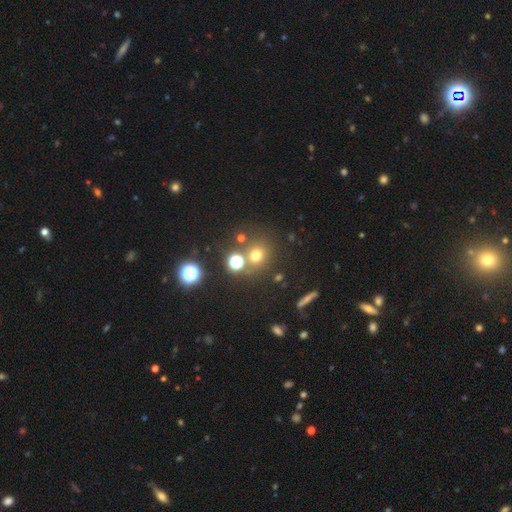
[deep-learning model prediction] Smooth or featured? Predicted: smooth (p=0.64). How rounded? Predicted: round (p=0.87). Merging? Predicted: none (p=0.74).